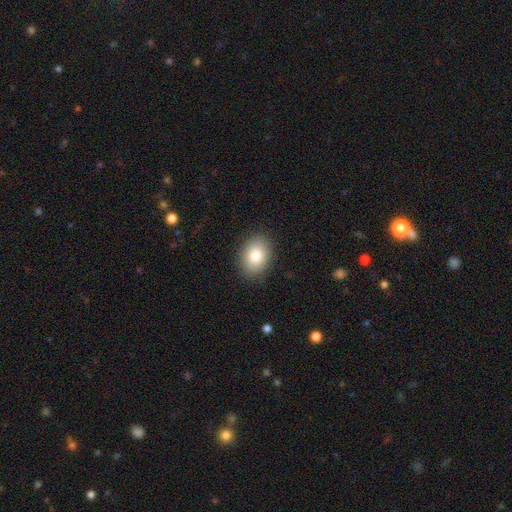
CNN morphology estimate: Overall: smooth (82%). How rounded: in between (73%). Merging: none (88%).